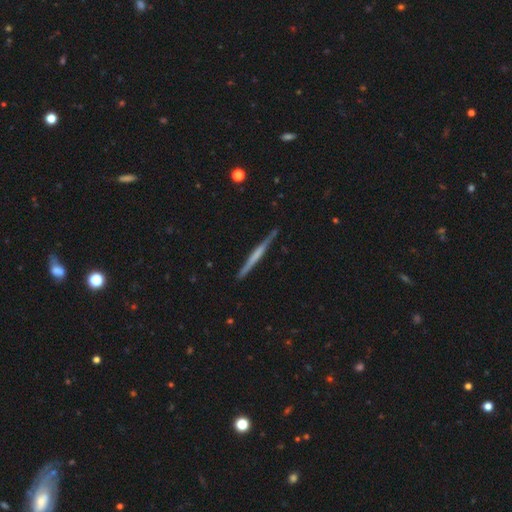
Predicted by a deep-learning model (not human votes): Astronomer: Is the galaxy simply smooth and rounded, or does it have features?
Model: featured or disk — 59% (runner-up: smooth, 36%).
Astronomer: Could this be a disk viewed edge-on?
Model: yes — 98%.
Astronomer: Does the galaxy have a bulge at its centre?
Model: none — 68%.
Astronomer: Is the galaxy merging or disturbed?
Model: none — 89%.